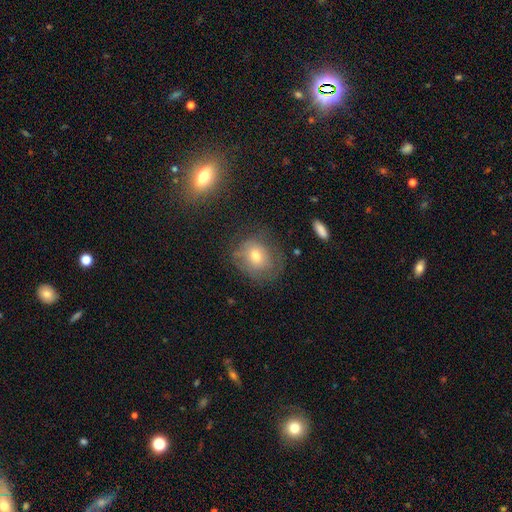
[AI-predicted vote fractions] Q: Smooth or featured?
A: smooth (58%); runner-up: featured or disk (30%)
Q: How rounded?
A: round (67%); runner-up: in between (31%)
Q: Merging?
A: none (65%); runner-up: minor disturbance (21%)